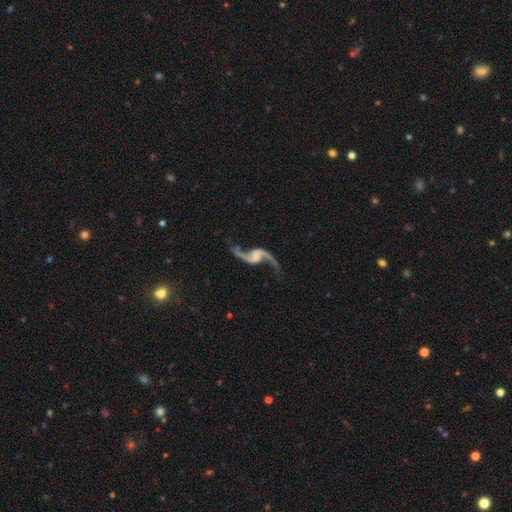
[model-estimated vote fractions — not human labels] A featured or disk galaxy (92%) with no bar (42%), 2 (94%) loose (91%) spiral arms (97%) and no central bulge (56%).

Vote fractions:
- Smooth or featured? featured or disk: 92% / star or artifact: 5% / smooth: 3%
- Edge-on disk? no: 97% / yes: 3%
- Bar? no: 42% / weak: 41% / strong: 17%
- Spiral arms? yes: 97% / no: 3%
- Spiral winding? loose: 91% / medium: 8% / tight: 2%
- Spiral arm count? 2: 94% / 1: 2% / can't tell: 1% / 3: 1% / 4: 1% / more than 4: 1%
- Bulge size? none: 56% / small: 27% / moderate: 11% / large: 4% / dominant: 2%
- Merging? none: 72% / minor disturbance: 14% / major disturbance: 11% / merger: 4%